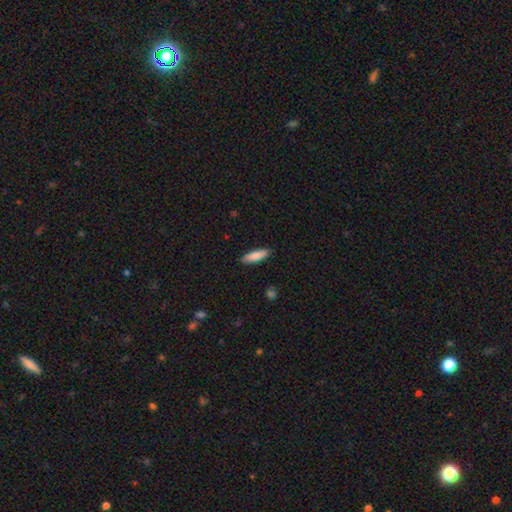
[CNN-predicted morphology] Smooth or featured? Predicted: smooth (p=0.85). How rounded? Predicted: cigar-shaped (p=0.61). Merging? Predicted: none (p=0.89).